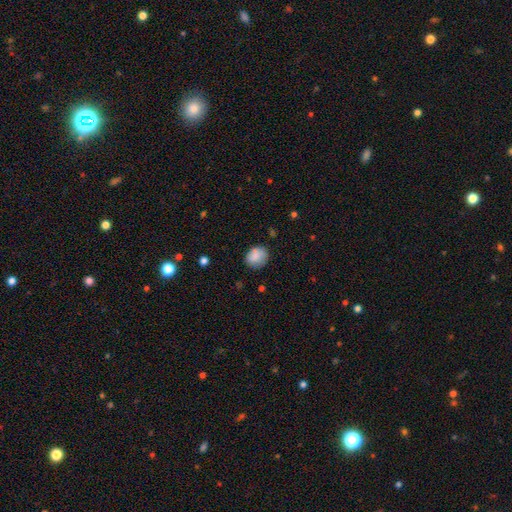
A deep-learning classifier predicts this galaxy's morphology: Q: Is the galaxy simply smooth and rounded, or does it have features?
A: smooth — 81%.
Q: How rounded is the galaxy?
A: round — 66%.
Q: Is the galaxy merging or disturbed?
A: none — 71%.